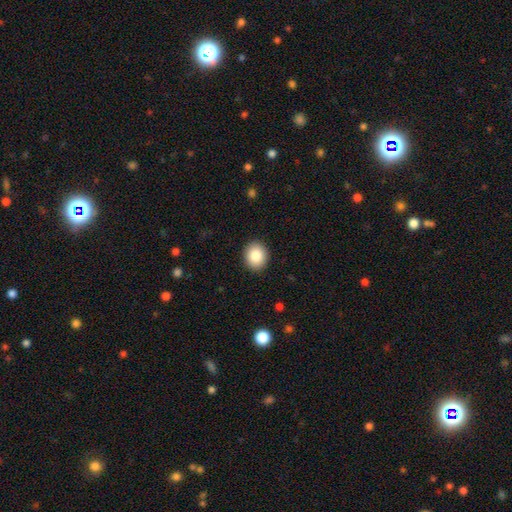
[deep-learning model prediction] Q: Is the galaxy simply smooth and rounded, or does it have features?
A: smooth — 85%.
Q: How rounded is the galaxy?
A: round — 64%.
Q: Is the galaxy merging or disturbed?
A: none — 91%.